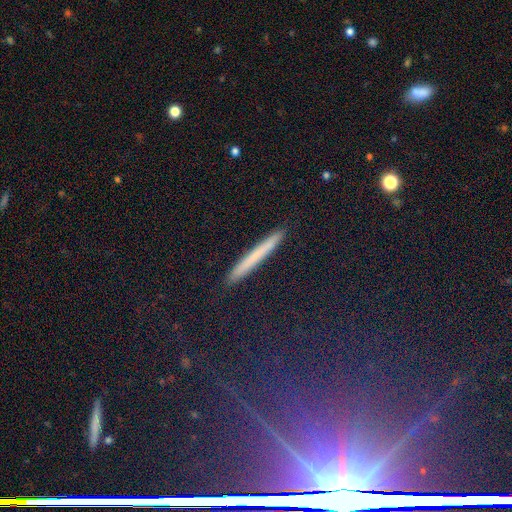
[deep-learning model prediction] Overall: smooth (60%; featured or disk 28%). How rounded: cigar-shaped (96%). Merging: none (92%).